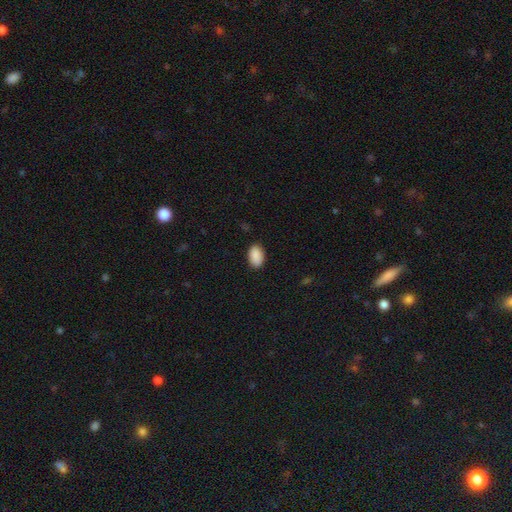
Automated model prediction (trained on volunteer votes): Q: Smooth or featured?
A: smooth (90%); runner-up: star or artifact (7%)
Q: How rounded?
A: in between (92%); runner-up: round (7%)
Q: Merging?
A: none (87%); runner-up: minor disturbance (10%)